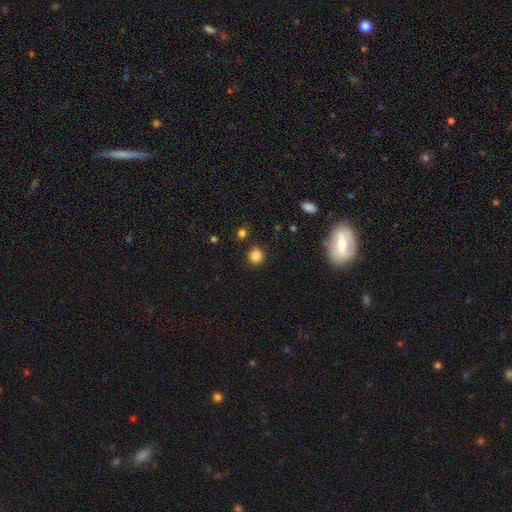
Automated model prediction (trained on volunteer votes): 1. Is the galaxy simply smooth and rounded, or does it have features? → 83% smooth, 12% star or artifact, 4% featured or disk.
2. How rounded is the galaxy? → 83% round, 16% in between, 1% cigar-shaped.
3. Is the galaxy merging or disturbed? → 87% none, 8% minor disturbance, 3% merger, 2% major disturbance.